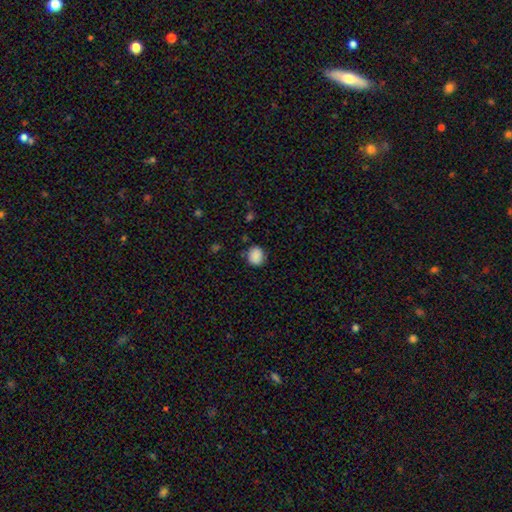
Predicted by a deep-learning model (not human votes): smooth-or-featured: smooth: 88% | star or artifact: 8% | featured or disk: 3%
  how-rounded: round: 67% | in between: 33% | cigar-shaped: 1%
  merging: none: 81% | minor disturbance: 14% | major disturbance: 3% | merger: 2%